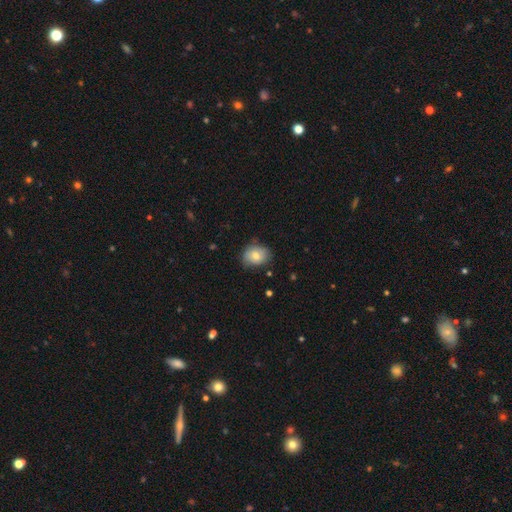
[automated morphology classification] type=smooth (74%); roundness=in between (52%); merging=none (72%).